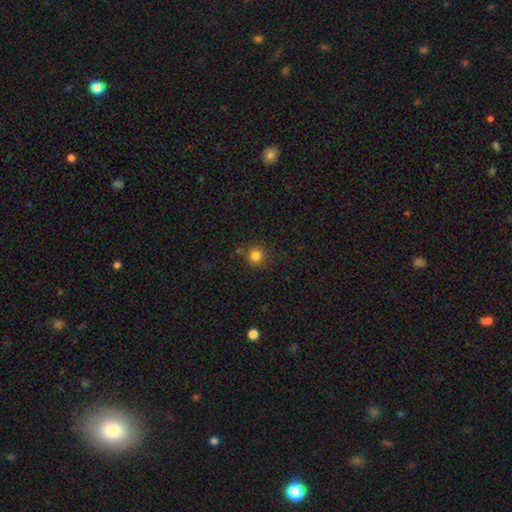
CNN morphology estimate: Smooth or featured?
  - smooth: 82% *
  - star or artifact: 13%
  - featured or disk: 5%
How rounded?
  - round: 93% *
  - in between: 6%
  - cigar-shaped: 1%
Merging?
  - none: 84% *
  - minor disturbance: 9%
  - merger: 4%
  - major disturbance: 3%